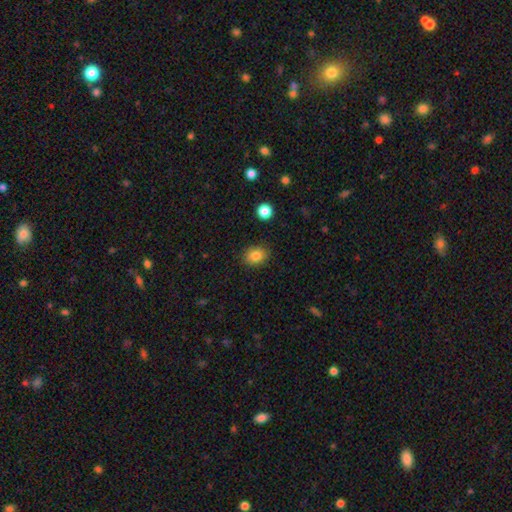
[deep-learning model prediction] Smooth or featured? Predicted: smooth (p=0.83). How rounded? Predicted: round (p=0.54). Merging? Predicted: none (p=0.88).